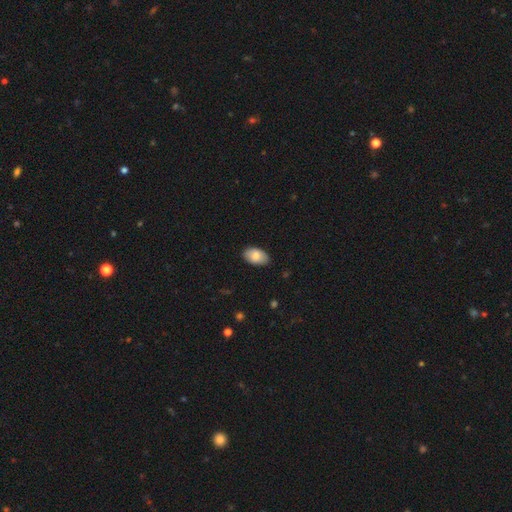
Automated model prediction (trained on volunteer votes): Smooth or featured: smooth — 82% (featured or disk — 11%)
How rounded: in between — 94% (round — 5%)
Merging: none — 85% (minor disturbance — 12%)